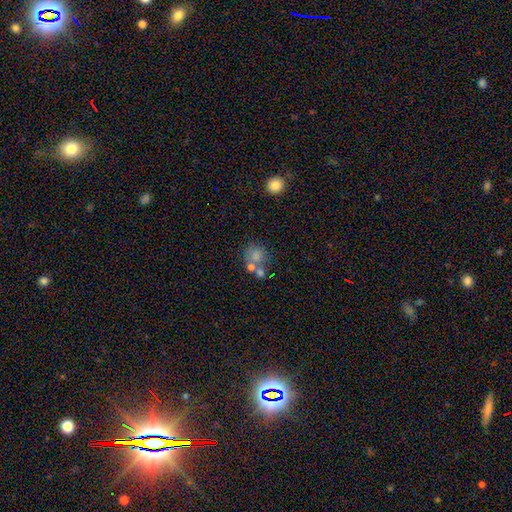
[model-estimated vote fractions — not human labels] smooth_or_featured: smooth (p=0.67) [alt: featured or disk p=0.19]
how_rounded: round (p=0.75) [alt: in between p=0.24]
merging: none (p=0.40) [tied with: merger p=0.40]